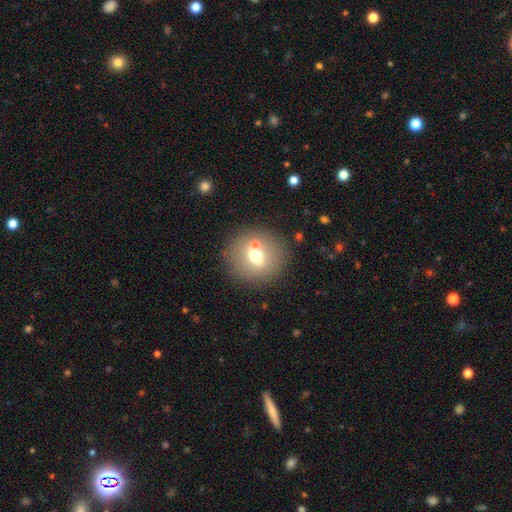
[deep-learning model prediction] A smooth galaxy with no disk features (61%) that is round (89%).

Vote fractions:
- Smooth or featured? smooth: 61% / featured or disk: 26% / star or artifact: 13%
- How rounded? round: 89% / in between: 10% / cigar-shaped: 1%
- Merging? none: 76% / merger: 11% / minor disturbance: 9% / major disturbance: 4%